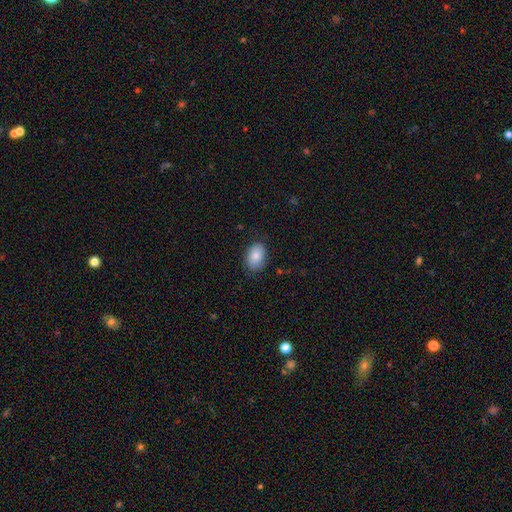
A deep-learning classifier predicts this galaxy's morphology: This is clearly a smooth galaxy (84%). How rounded: clearly in between (86%). Merging: clearly none (83%).